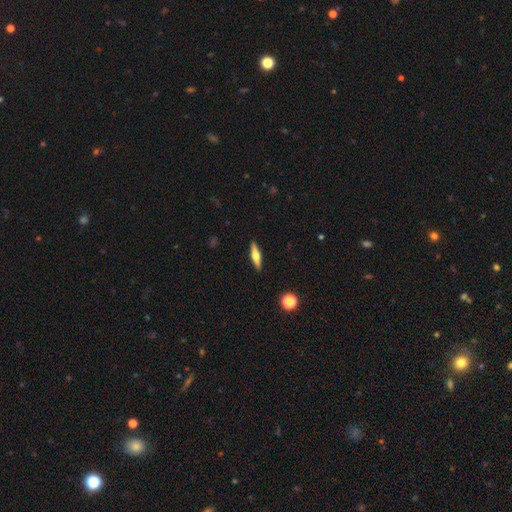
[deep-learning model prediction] Smooth or featured? Predicted: smooth (p=0.47). Merging? Predicted: none (p=0.90).